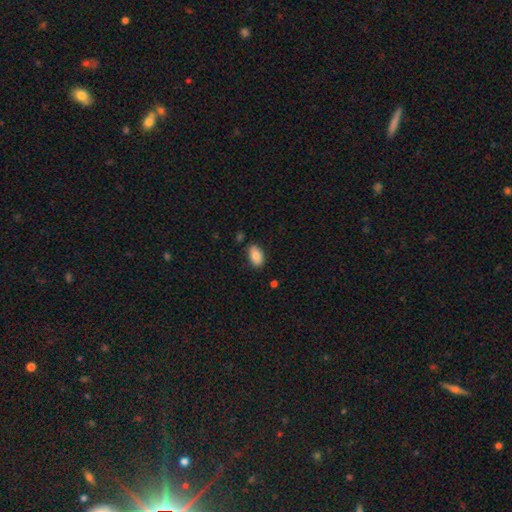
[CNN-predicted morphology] This appears to be a smooth galaxy with no disk features (84%) that is in between round and cigar-shaped (92%). Merging: none (79%).